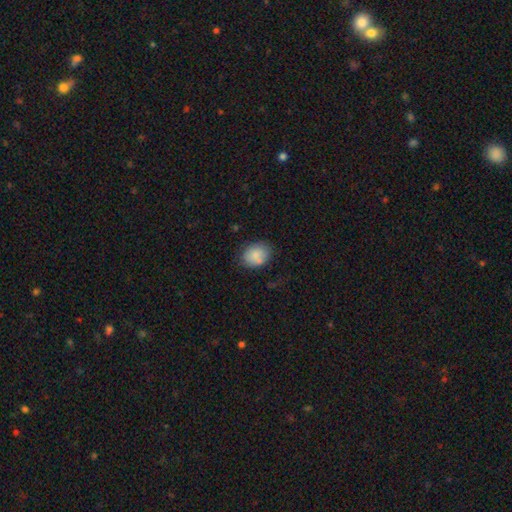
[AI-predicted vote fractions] The model was most divided on "how rounded": in between: 61%, round: 39%, cigar-shaped: 1%. More confident: smooth or featured — smooth (82%); merging — none (70%).